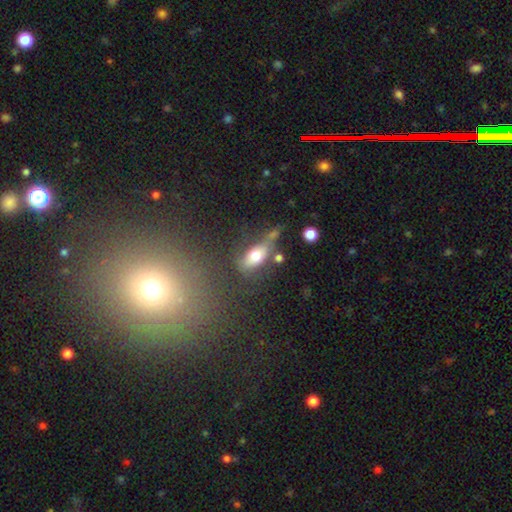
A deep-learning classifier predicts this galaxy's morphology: Q: Smooth or featured?
A: smooth (69%); runner-up: featured or disk (21%)
Q: How rounded?
A: in between (80%); runner-up: cigar-shaped (11%)
Q: Merging?
A: none (46%); runner-up: minor disturbance (22%)